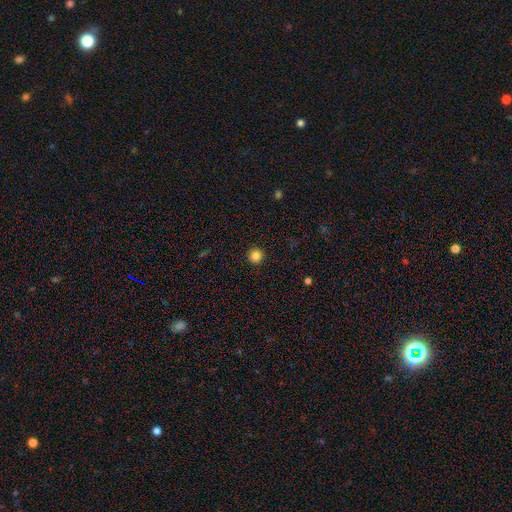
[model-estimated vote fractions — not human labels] This appears to be a smooth galaxy with no disk features (84%) that is round (96%). Merging: none (93%).